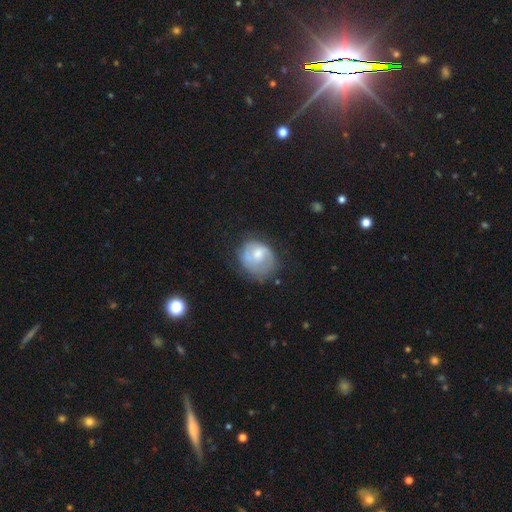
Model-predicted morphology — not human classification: Q: Smooth or featured?
A: featured or disk (49%); runner-up: smooth (44%)
Q: Merging?
A: none (53%); runner-up: minor disturbance (28%)